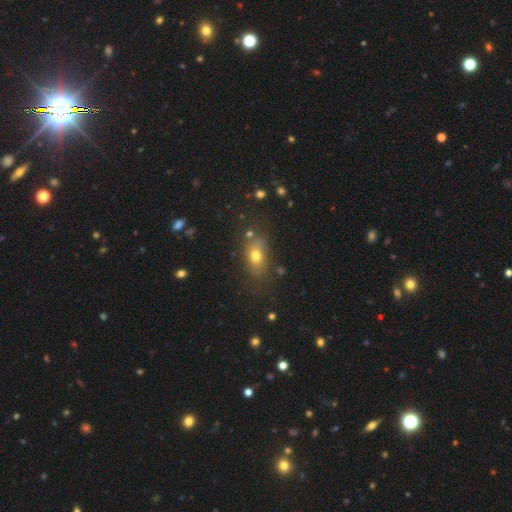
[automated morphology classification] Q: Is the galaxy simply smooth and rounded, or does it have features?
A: smooth — 72%.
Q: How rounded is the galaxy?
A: in between — 70%.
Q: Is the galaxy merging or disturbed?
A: none — 71%.